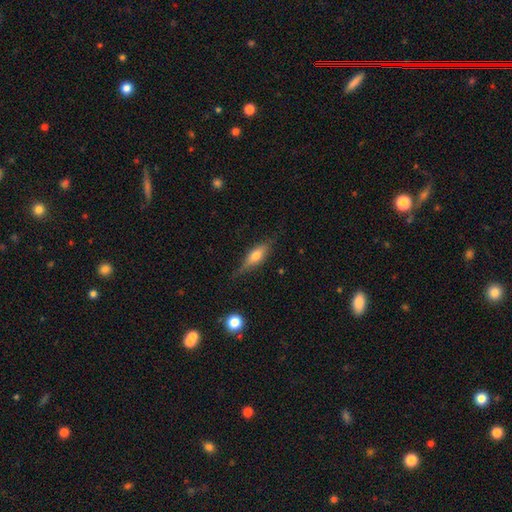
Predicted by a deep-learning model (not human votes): Smooth or featured? Predicted: smooth (p=0.51). How rounded? Predicted: in between (p=0.49). Merging? Predicted: none (p=0.71).